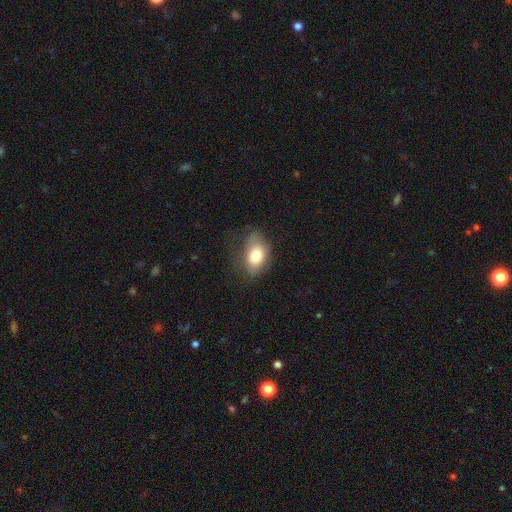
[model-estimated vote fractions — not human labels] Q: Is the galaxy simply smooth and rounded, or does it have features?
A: smooth — 78%.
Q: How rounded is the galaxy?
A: in between — 86%.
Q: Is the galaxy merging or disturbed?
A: none — 54%.